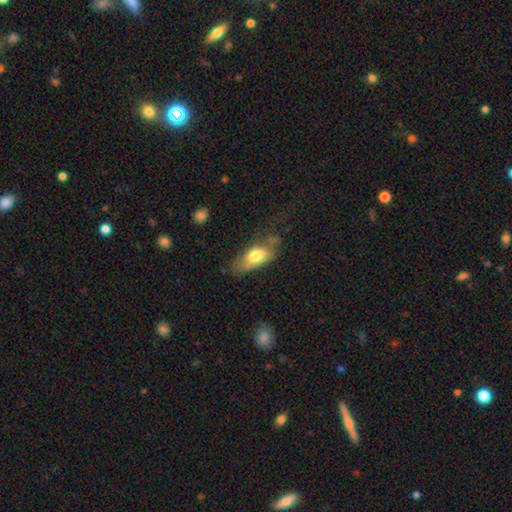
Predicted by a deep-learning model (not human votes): This appears to be a smooth galaxy with no disk features (67%) that is in between round and cigar-shaped (82%). Merging: none (45%).